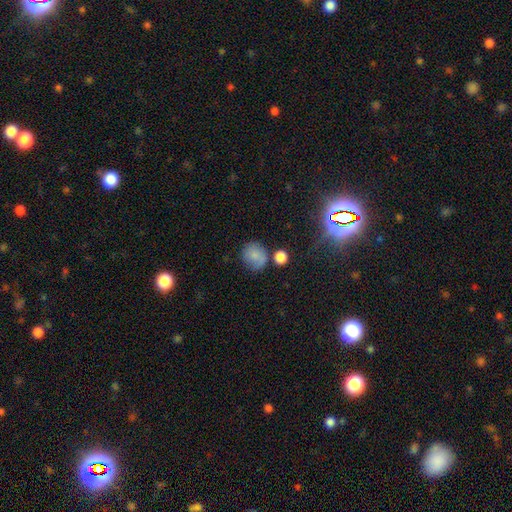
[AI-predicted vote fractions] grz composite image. It shows a smooth galaxy with no disk features (78%) that is round (78%). Merging: none (59%).